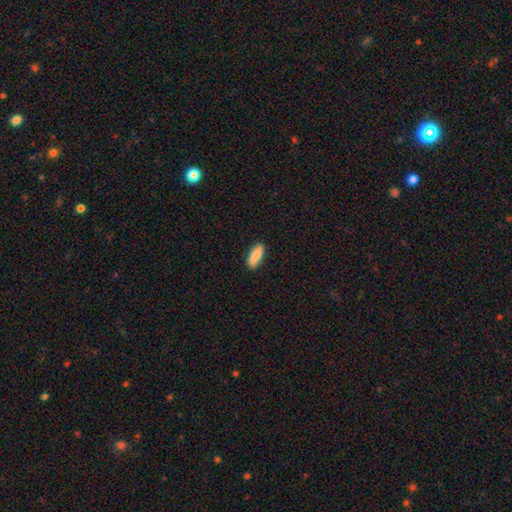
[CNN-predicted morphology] The model was most divided on "how rounded": in between: 59%, cigar-shaped: 39%, round: 2%. More confident: smooth or featured — smooth (87%); merging — none (87%).